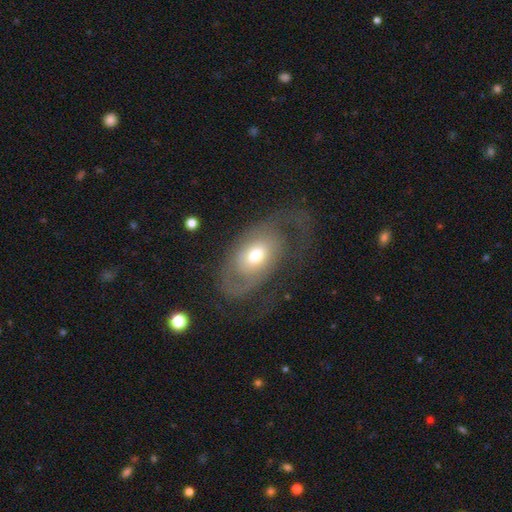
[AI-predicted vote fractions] featured or disk 57%, smooth 36%, star or artifact 7%. Down the decision tree: edge-on disk — no (91%); bar — no (76%); spiral arms — yes (61%); bulge size — moderate (66%); merging — none (49%).